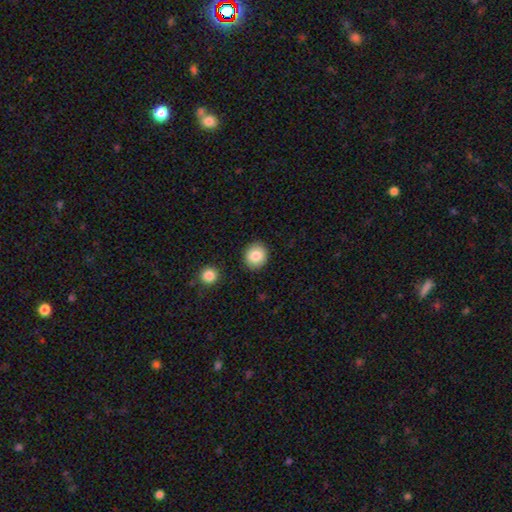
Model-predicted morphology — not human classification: Smooth or featured? Predicted: smooth (p=0.85). How rounded? Predicted: round (p=0.82). Merging? Predicted: none (p=0.89).